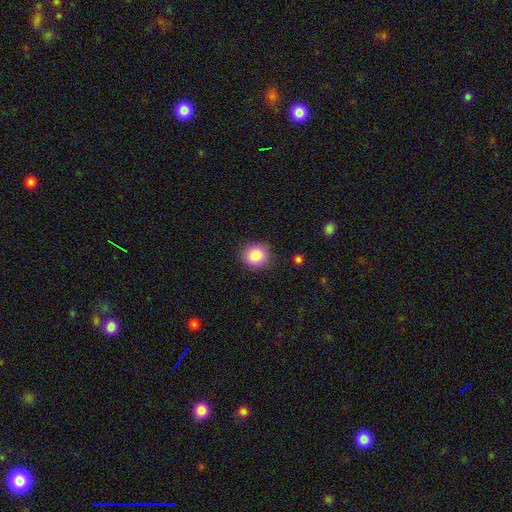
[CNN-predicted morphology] The model was most divided on "smooth or featured": smooth: 84%, star or artifact: 9%, featured or disk: 6%. More confident: how rounded — round (89%); merging — none (88%).